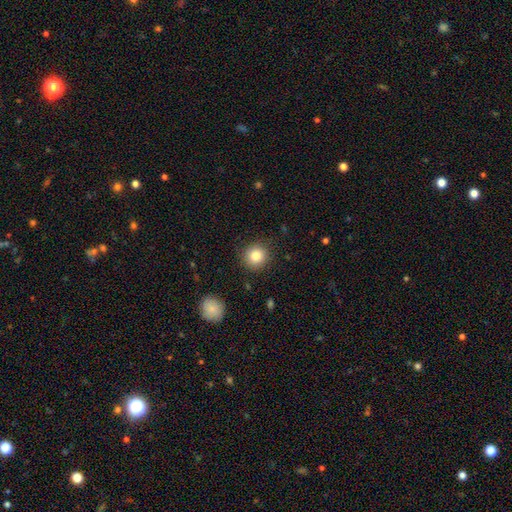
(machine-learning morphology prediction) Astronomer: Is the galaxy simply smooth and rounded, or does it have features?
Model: smooth — 84%.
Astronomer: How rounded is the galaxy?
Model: round — 91%.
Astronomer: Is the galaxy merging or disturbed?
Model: none — 89%.